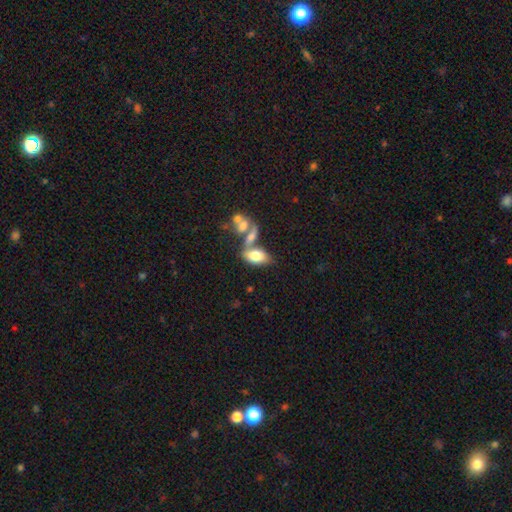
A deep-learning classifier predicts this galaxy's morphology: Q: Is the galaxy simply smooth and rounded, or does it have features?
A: smooth — 73%.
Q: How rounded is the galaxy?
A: in between — 90%.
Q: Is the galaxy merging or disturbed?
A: merger — 46%.